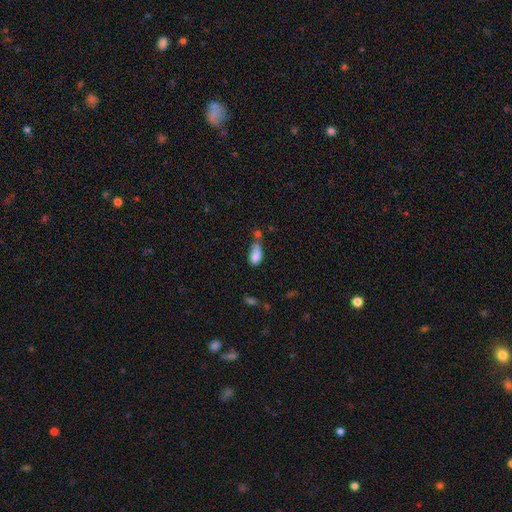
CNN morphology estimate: type=smooth (81%); roundness=in between (89%); merging=none (28%).